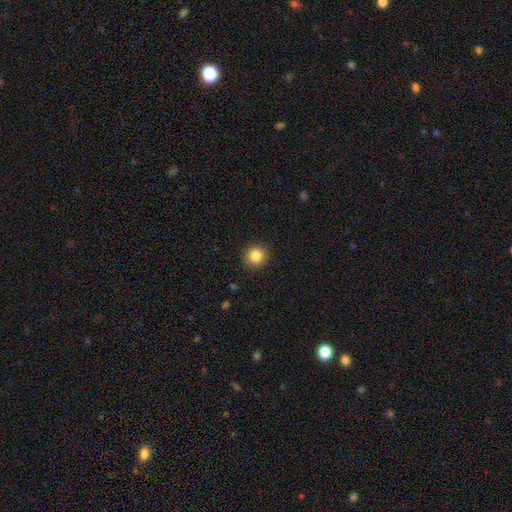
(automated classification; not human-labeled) Smooth or featured? smooth (85%)
How rounded? round (94%)
Merging? none (91%)